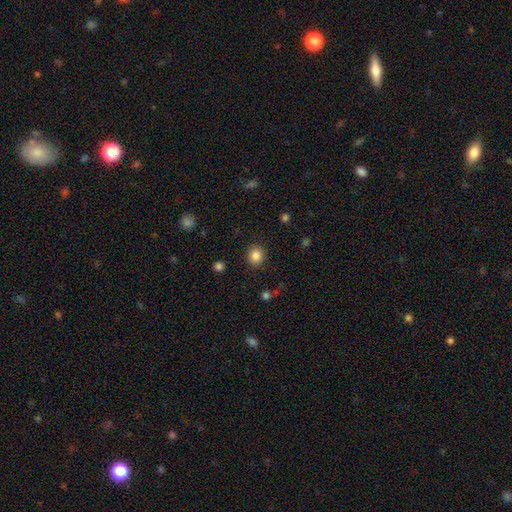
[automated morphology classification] A smooth galaxy with no disk features (86%) that is round (86%).

Vote fractions:
- Smooth or featured? smooth: 86% / star or artifact: 10% / featured or disk: 4%
- How rounded? round: 86% / in between: 13% / cigar-shaped: 1%
- Merging? none: 89% / minor disturbance: 7% / major disturbance: 3% / merger: 1%